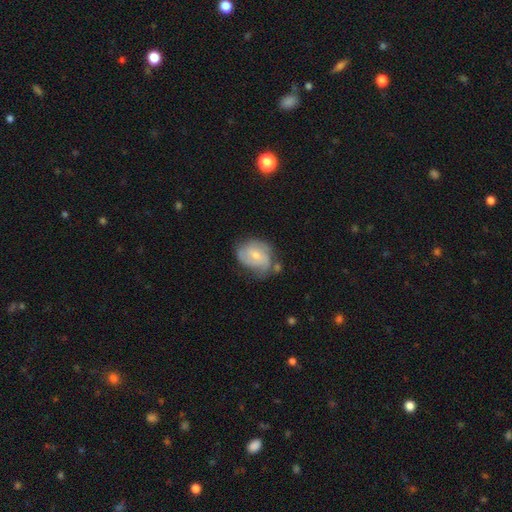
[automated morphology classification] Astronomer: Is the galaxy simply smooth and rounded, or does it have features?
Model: featured or disk — 53% (runner-up: smooth, 40%).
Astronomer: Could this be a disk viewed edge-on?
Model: no — 97%.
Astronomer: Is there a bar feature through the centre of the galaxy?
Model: no — 52% (runner-up: weak, 40%).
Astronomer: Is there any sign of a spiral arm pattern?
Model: yes — 76%.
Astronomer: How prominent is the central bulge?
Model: small — 53% (runner-up: moderate, 41%).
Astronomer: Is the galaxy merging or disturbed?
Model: none — 45% (runner-up: minor disturbance, 32%).